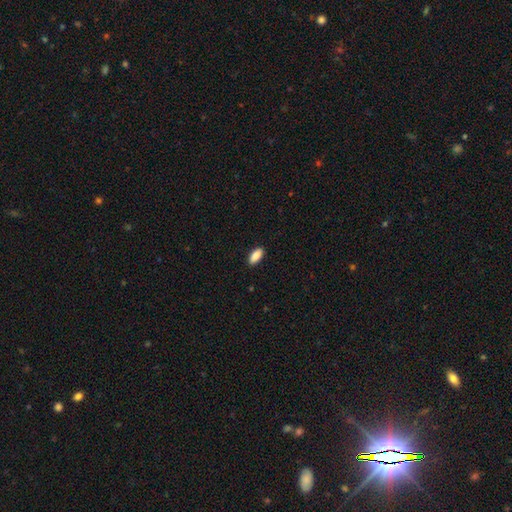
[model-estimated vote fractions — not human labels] Smooth or featured? Predicted: smooth (p=0.89). How rounded? Predicted: in between (p=0.87). Merging? Predicted: none (p=0.90).